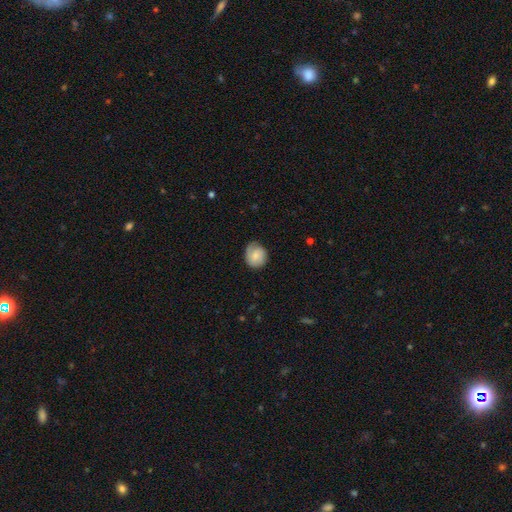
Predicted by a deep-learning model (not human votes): This appears to be a smooth galaxy with no disk features (70%) that is round (75%). Merging: none (71%).